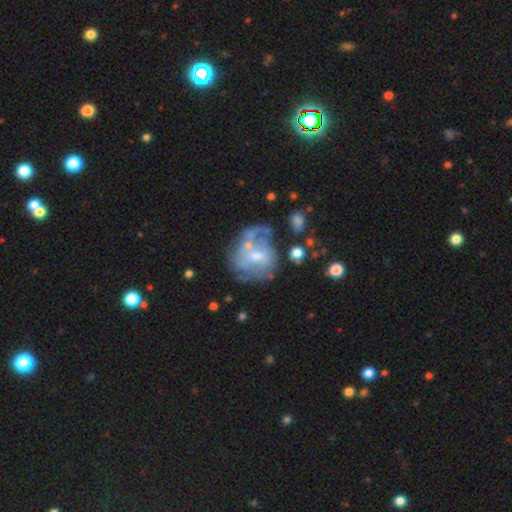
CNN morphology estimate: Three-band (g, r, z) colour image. It shows a featured or disk galaxy (66%) with no bar (52%), spiral arms (63%) and a small central bulge (45%, tied with moderate). Merging: none (46%).